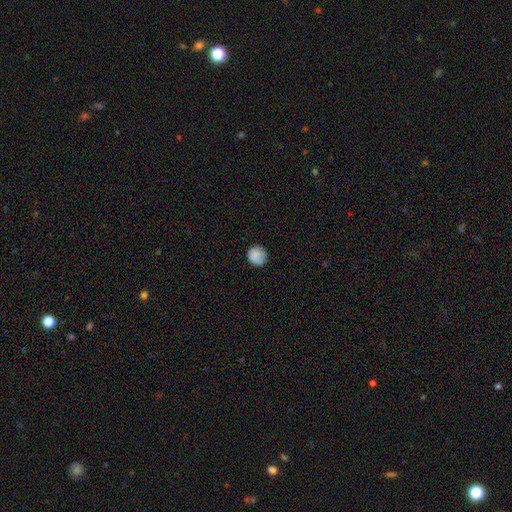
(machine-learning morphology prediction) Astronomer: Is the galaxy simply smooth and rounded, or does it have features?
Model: smooth — 86%.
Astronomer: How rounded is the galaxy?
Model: round — 92%.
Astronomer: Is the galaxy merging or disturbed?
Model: none — 81%.